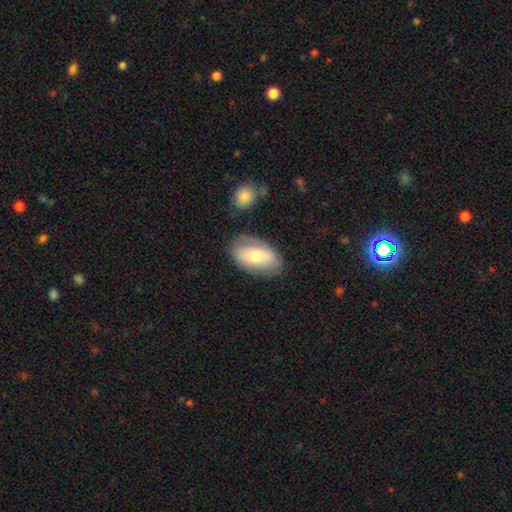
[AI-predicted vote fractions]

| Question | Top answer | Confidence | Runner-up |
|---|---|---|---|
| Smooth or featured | smooth | 62% | featured or disk (31%) |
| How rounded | in between | 93% | round (5%) |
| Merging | none | 72% | minor disturbance (18%) |